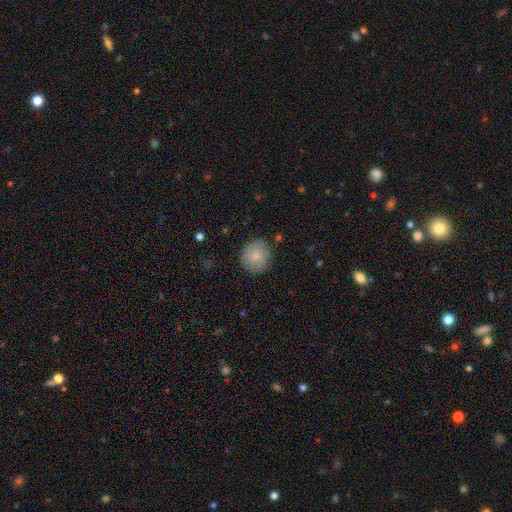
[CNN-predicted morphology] This appears to be a smooth galaxy with no disk features (72%) that is round (88%). Merging: none (83%).